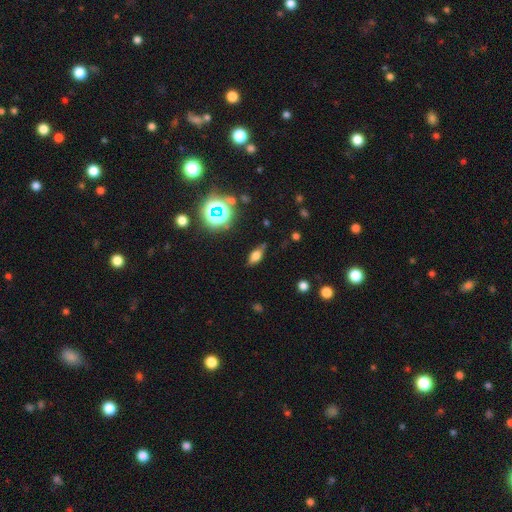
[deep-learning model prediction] Q: Smooth or featured?
A: smooth (59%); runner-up: featured or disk (23%)
Q: How rounded?
A: in between (73%); runner-up: cigar-shaped (18%)
Q: Merging?
A: none (79%); runner-up: minor disturbance (15%)